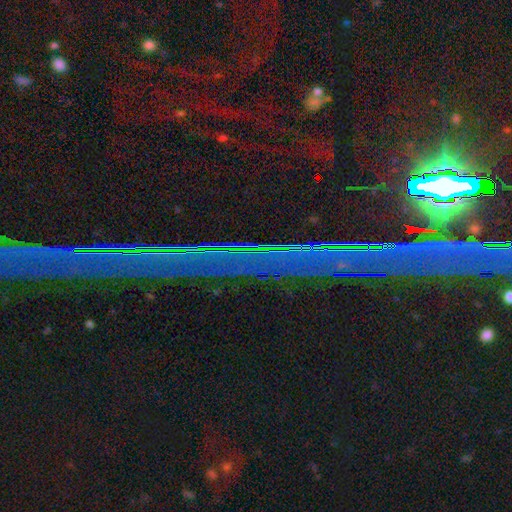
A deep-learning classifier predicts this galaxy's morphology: Smooth or featured? Predicted: star or artifact (p=0.82).